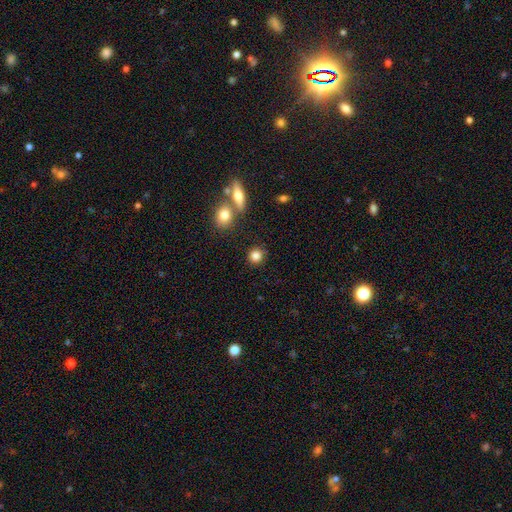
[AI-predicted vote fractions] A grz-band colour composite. It shows a smooth galaxy with no disk features (85%) that is round (88%). Merging: none (82%).